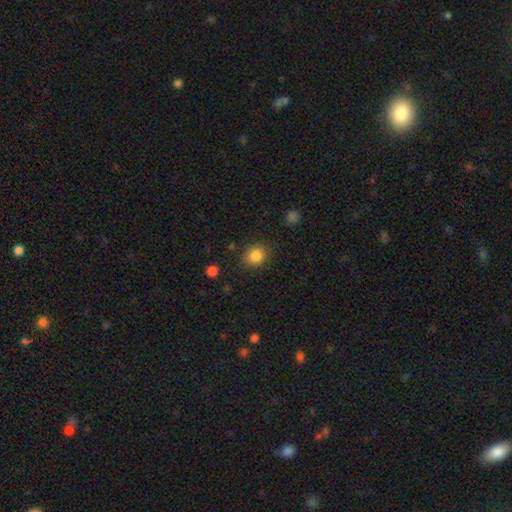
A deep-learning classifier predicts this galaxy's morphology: Smooth or featured?
  - smooth: 85% *
  - star or artifact: 10%
  - featured or disk: 4%
How rounded?
  - round: 74% *
  - in between: 25%
  - cigar-shaped: 1%
Merging?
  - none: 84% *
  - minor disturbance: 11%
  - major disturbance: 3%
  - merger: 2%